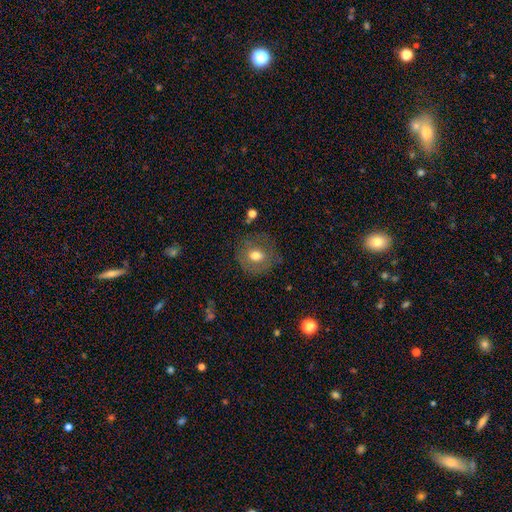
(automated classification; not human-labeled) Smooth or featured?
  - smooth: 64% *
  - featured or disk: 26%
  - star or artifact: 9%
How rounded?
  - round: 77% *
  - in between: 22%
  - cigar-shaped: 1%
Merging?
  - none: 73% *
  - minor disturbance: 17%
  - major disturbance: 8%
  - merger: 2%